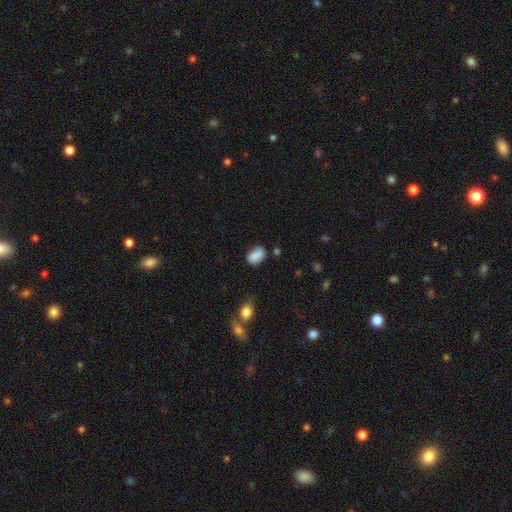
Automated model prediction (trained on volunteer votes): The model was most divided on "merging": none: 67%, minor disturbance: 23%, major disturbance: 5%, merger: 4%. More confident: how rounded — in between (88%); smooth or featured — smooth (85%).